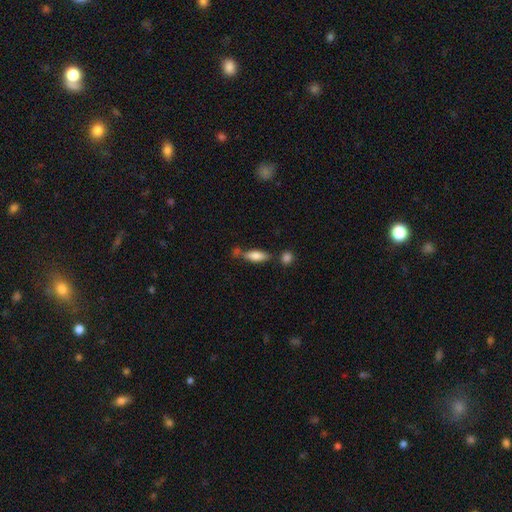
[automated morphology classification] Smooth or featured?
  - smooth: 76% *
  - featured or disk: 17%
  - star or artifact: 7%
How rounded?
  - in between: 64% *
  - cigar-shaped: 33%
  - round: 3%
Merging?
  - none: 61% *
  - minor disturbance: 17%
  - merger: 16%
  - major disturbance: 5%